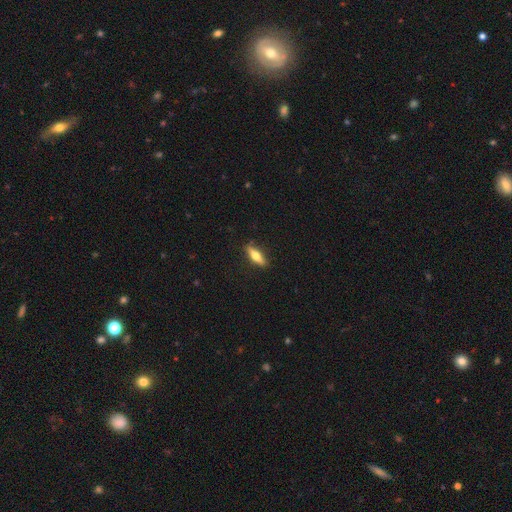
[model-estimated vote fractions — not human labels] Smooth or featured? smooth (47%, tied with featured or disk)
Merging? none (87%)